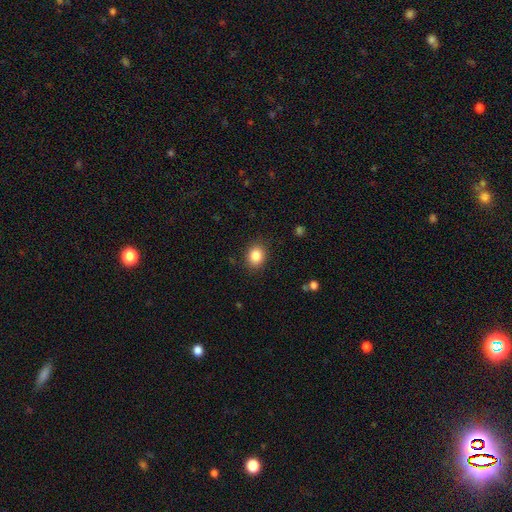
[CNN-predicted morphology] Smooth or featured? Predicted: smooth (p=0.85). How rounded? Predicted: round (p=0.59). Merging? Predicted: none (p=0.87).